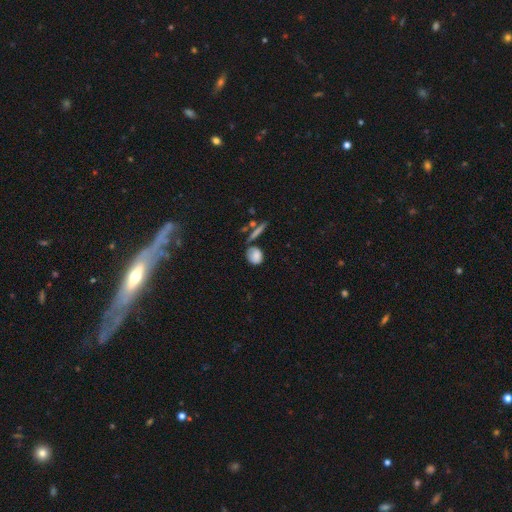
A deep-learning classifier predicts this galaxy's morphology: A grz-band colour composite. It shows a smooth galaxy with no disk features (80%) that is round (54%). Merging: none (59%).